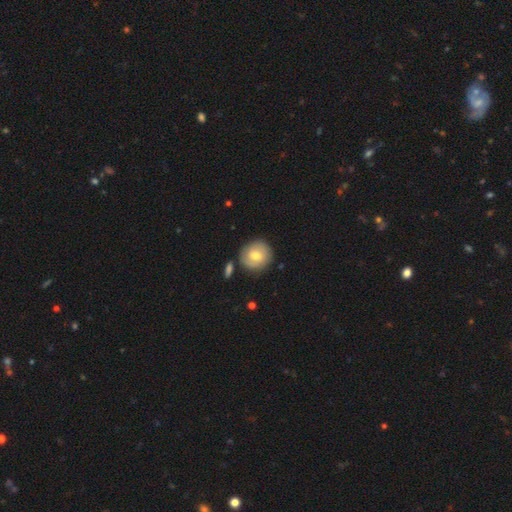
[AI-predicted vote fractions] smooth-or-featured: smooth: 68% | featured or disk: 25% | star or artifact: 7%
  how-rounded: round: 89% | in between: 10% | cigar-shaped: 1%
  merging: none: 80% | minor disturbance: 12% | merger: 5% | major disturbance: 3%